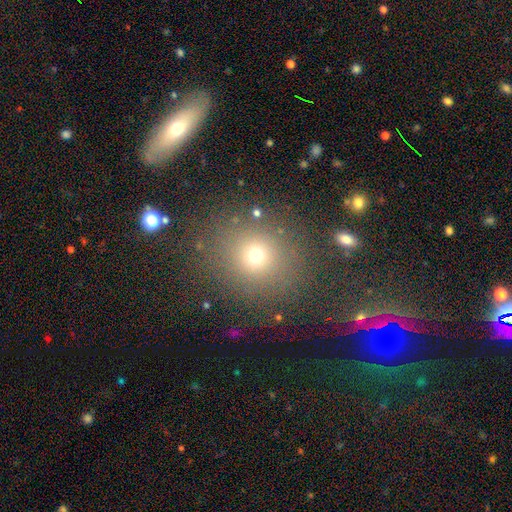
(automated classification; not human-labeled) A smooth galaxy with no disk features (68%) that is round (81%).

Vote fractions:
- Smooth or featured? smooth: 68% / star or artifact: 22% / featured or disk: 10%
- How rounded? round: 81% / in between: 18% / cigar-shaped: 1%
- Merging? none: 82% / minor disturbance: 9% / major disturbance: 5% / merger: 3%